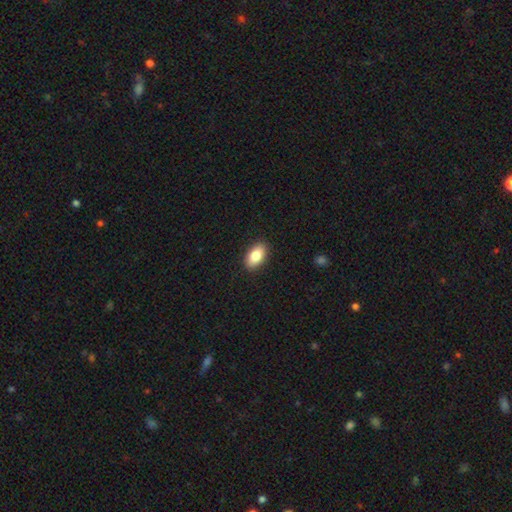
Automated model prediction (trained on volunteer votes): Smooth or featured: smooth — 86% (featured or disk — 8%)
How rounded: in between — 93% (round — 4%)
Merging: none — 90% (minor disturbance — 7%)